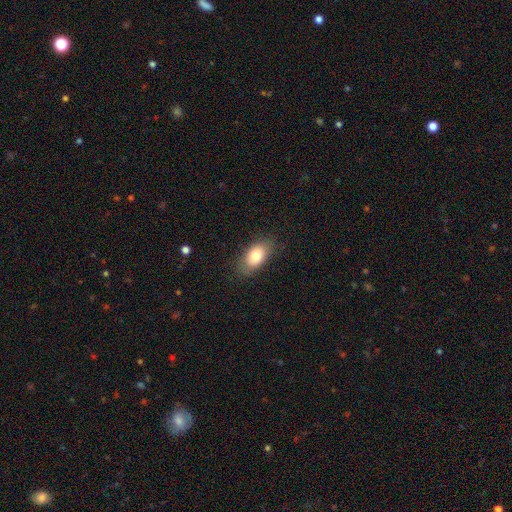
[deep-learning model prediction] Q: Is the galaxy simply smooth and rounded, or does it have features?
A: smooth — 79%.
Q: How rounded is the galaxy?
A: in between — 91%.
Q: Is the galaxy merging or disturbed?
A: none — 82%.